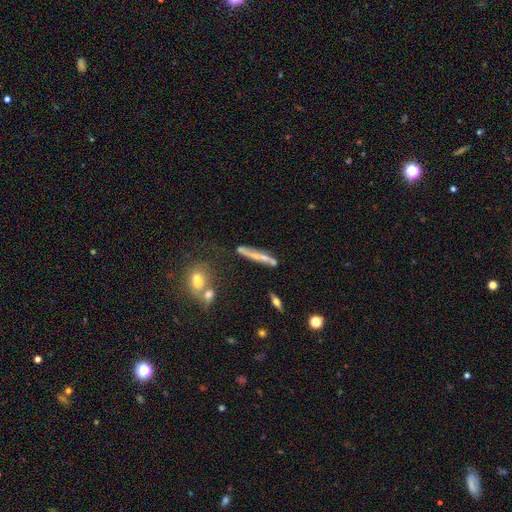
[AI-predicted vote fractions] smooth-or-featured: featured or disk: 48% | smooth: 38% | star or artifact: 13%
  merging: none: 56% | minor disturbance: 21% | merger: 13% | major disturbance: 10%